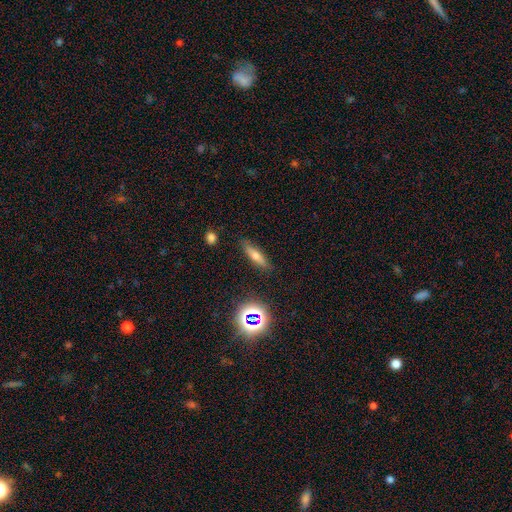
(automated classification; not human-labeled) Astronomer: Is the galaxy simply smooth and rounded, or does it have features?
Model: smooth — 53% (runner-up: featured or disk, 32%).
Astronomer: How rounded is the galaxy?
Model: cigar-shaped — 68%.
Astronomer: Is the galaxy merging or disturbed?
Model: none — 86%.